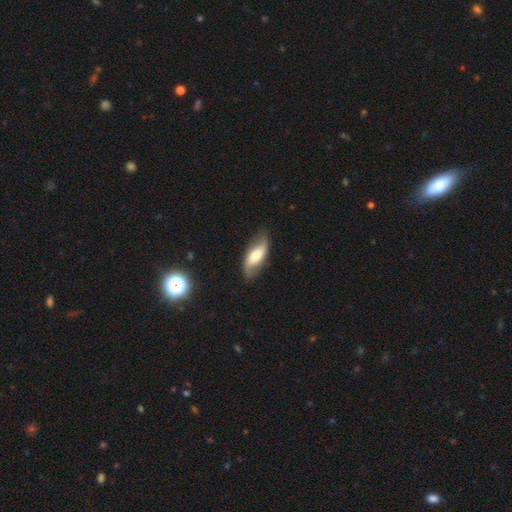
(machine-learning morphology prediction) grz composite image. It shows a featured or disk galaxy (59%). Merging: none (74%).